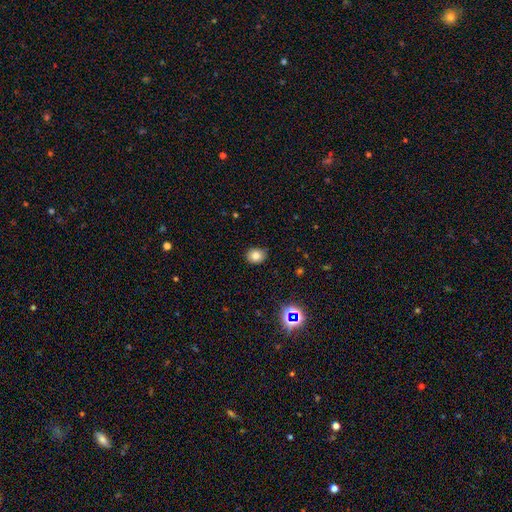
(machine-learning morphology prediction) This is likely a smooth galaxy (78%). How rounded: likely round (69%). Merging: clearly none (87%).